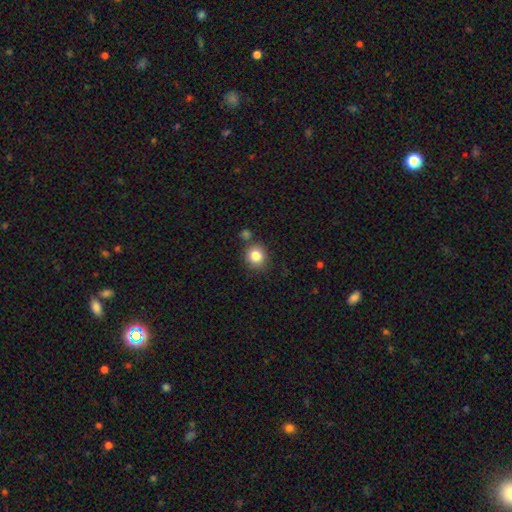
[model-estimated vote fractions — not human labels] A smooth galaxy with no disk features (83%) that is round (87%).

Vote fractions:
- Smooth or featured? smooth: 83% / star or artifact: 10% / featured or disk: 6%
- How rounded? round: 87% / in between: 12% / cigar-shaped: 1%
- Merging? none: 78% / minor disturbance: 10% / merger: 9% / major disturbance: 3%